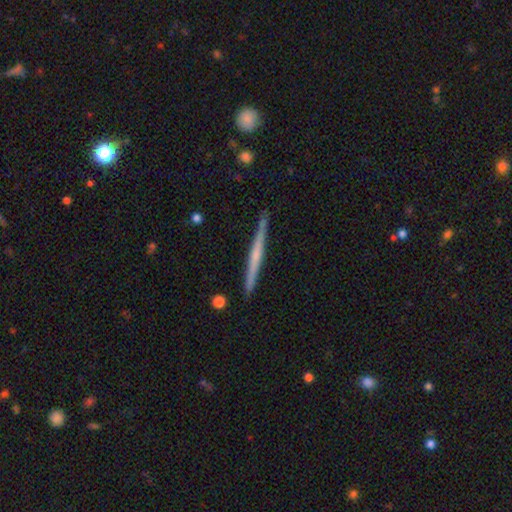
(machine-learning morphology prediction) smooth-or-featured: featured or disk: 61% | smooth: 34% | star or artifact: 5%
  disk-edge-on: yes: 98% | no: 2%
    edge-on-bulge: none: 58% | rounded: 33% | boxy: 9%
  merging: none: 91% | minor disturbance: 7% | merger: 1% | major disturbance: 1%